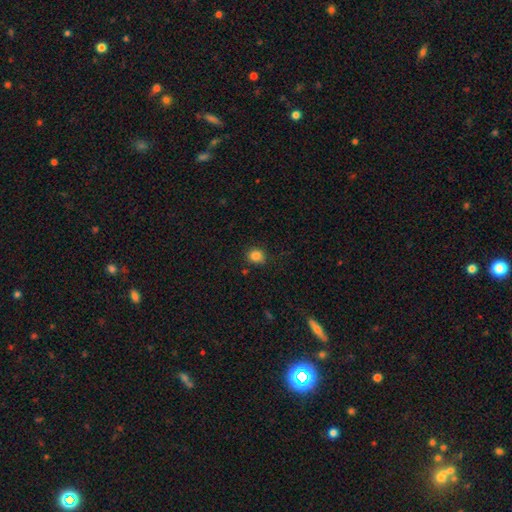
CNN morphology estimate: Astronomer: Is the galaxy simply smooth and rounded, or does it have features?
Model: smooth — 85%.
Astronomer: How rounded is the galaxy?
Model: round — 76%.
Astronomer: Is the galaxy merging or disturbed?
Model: none — 84%.